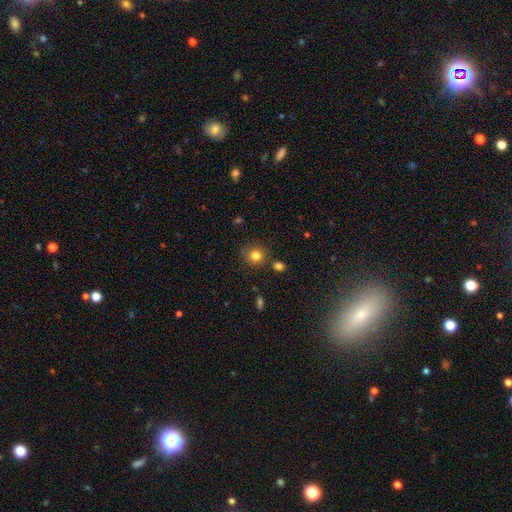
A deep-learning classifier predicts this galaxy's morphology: Smooth or featured? smooth (82%)
How rounded? round (90%)
Merging? none (82%)